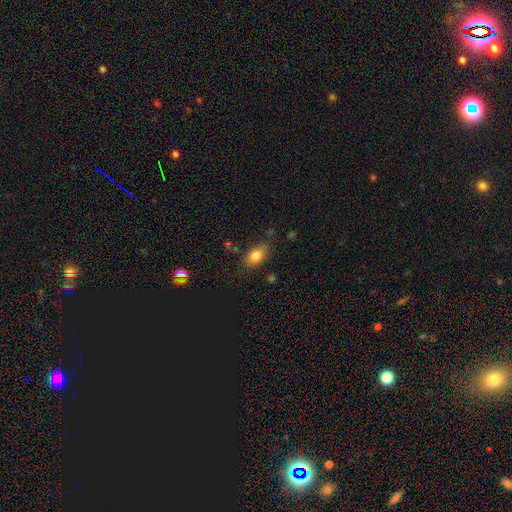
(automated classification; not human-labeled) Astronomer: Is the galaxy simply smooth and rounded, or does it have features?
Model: smooth — 80%.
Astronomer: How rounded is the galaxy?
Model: in between — 81%.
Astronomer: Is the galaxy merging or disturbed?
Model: none — 74%.